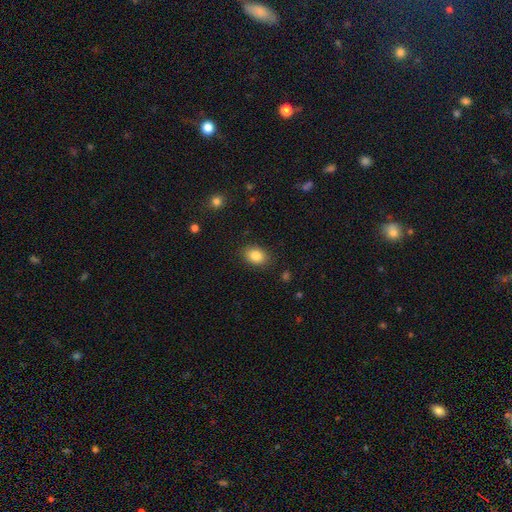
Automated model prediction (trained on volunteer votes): Smooth or featured?
  - smooth: 85% *
  - star or artifact: 9%
  - featured or disk: 6%
How rounded?
  - in between: 76% *
  - round: 23%
  - cigar-shaped: 1%
Merging?
  - none: 86% *
  - minor disturbance: 10%
  - major disturbance: 3%
  - merger: 1%